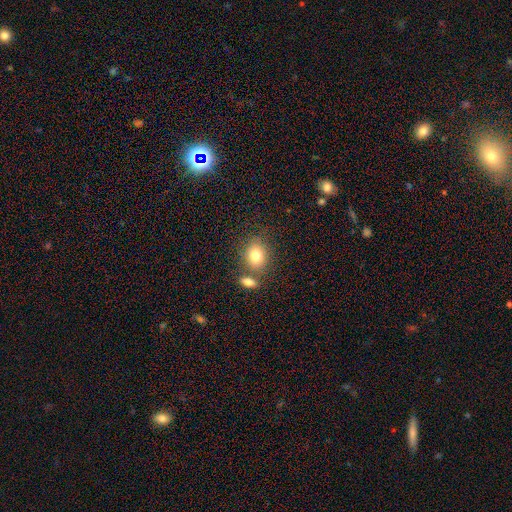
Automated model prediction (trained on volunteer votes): The model was most divided on "how rounded": in between: 52%, round: 47%, cigar-shaped: 1%. More confident: smooth or featured — smooth (79%); merging — none (61%).